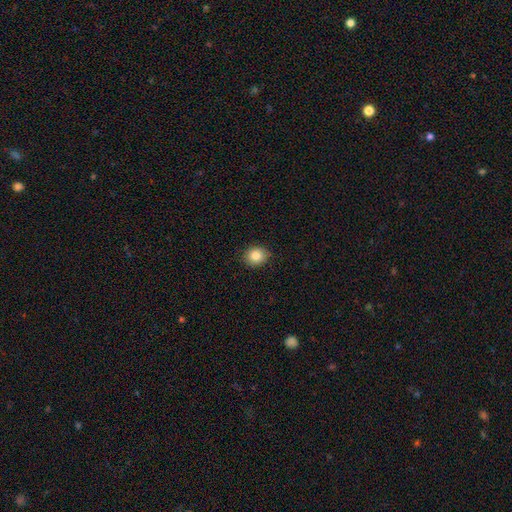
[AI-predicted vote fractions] A smooth galaxy with no disk features (85%) that is round (67%).

Vote fractions:
- Smooth or featured? smooth: 85% / star or artifact: 9% / featured or disk: 6%
- How rounded? round: 67% / in between: 32% / cigar-shaped: 1%
- Merging? none: 87% / minor disturbance: 10% / major disturbance: 2% / merger: 1%